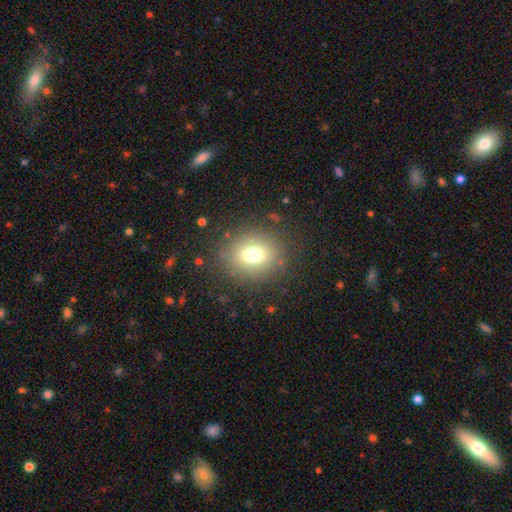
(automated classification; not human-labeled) Smooth or featured?
  - smooth: 73% *
  - star or artifact: 13%
  - featured or disk: 13%
How rounded?
  - round: 58% *
  - in between: 41%
  - cigar-shaped: 1%
Merging?
  - none: 86% *
  - minor disturbance: 9%
  - major disturbance: 4%
  - merger: 1%